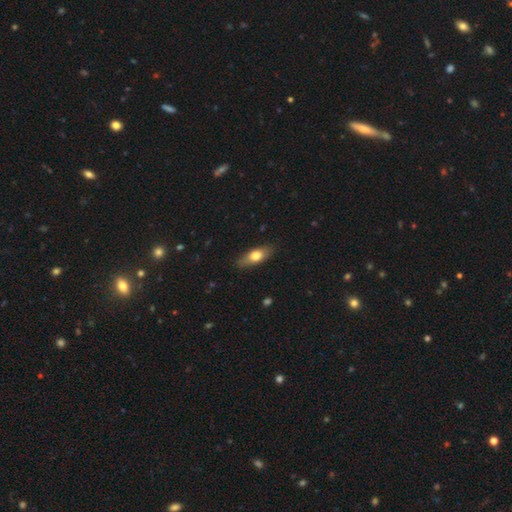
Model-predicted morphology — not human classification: smooth 70%, featured or disk 24%, star or artifact 6%. Down the decision tree: how rounded — in between (71%); merging — none (84%).